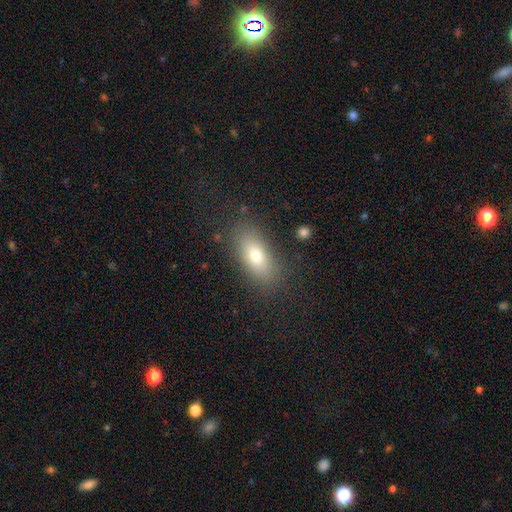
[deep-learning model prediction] smooth 73%, featured or disk 18%, star or artifact 10%. Down the decision tree: how rounded — in between (80%); merging — none (83%).